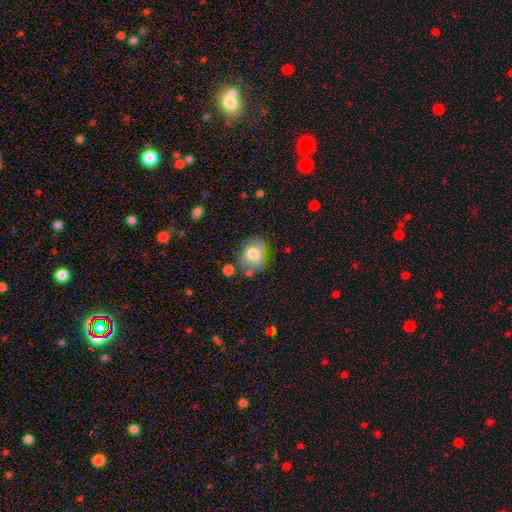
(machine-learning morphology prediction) This is likely a smooth galaxy (68%). How rounded: possibly in between (55%). Merging: possibly none (59%).